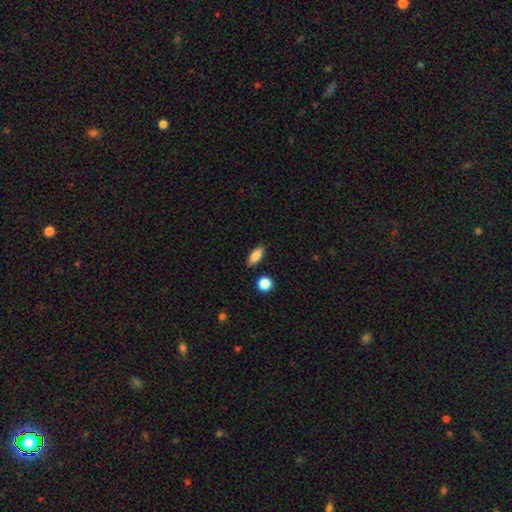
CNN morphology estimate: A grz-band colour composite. It shows a smooth galaxy with no disk features (83%) that is in between round and cigar-shaped (81%). Merging: none (86%).